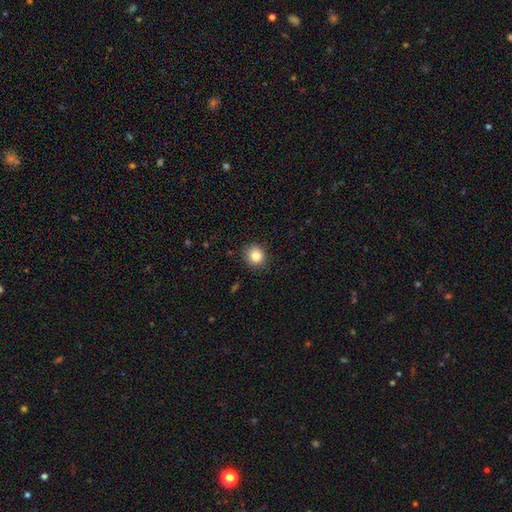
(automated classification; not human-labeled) Smooth or featured? smooth (85%)
How rounded? round (86%)
Merging? none (87%)